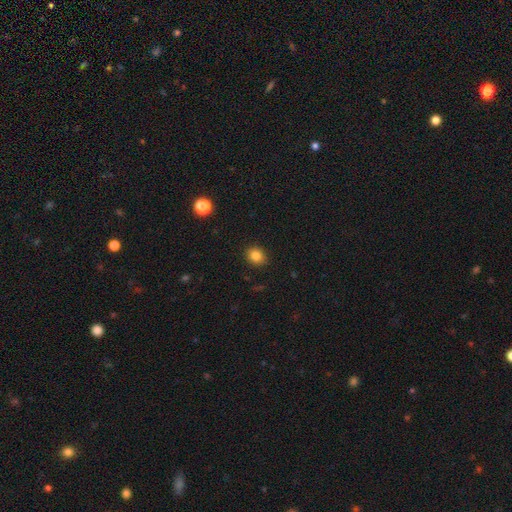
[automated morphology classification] Overall: smooth (84%). How rounded: round (66%; in between 34%). Merging: none (89%).